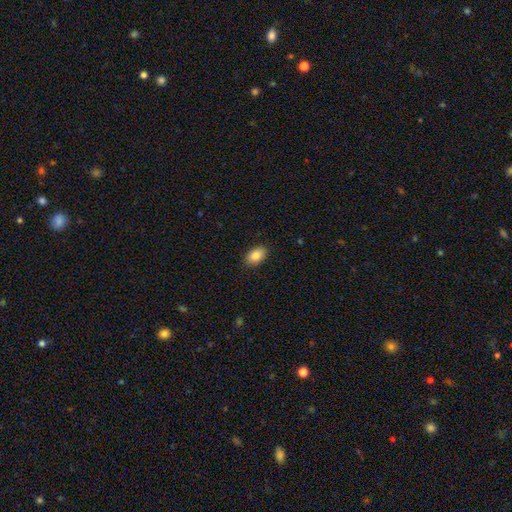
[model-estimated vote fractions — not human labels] smooth-or-featured: smooth: 83% | featured or disk: 9% | star or artifact: 8%
  how-rounded: in between: 89% | round: 10% | cigar-shaped: 1%
  merging: none: 89% | minor disturbance: 9% | major disturbance: 2% | merger: 1%